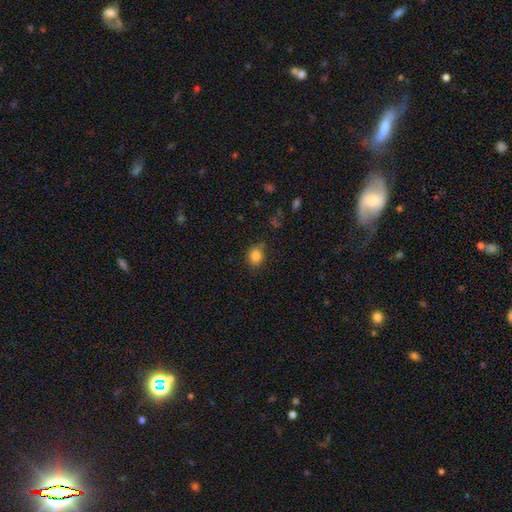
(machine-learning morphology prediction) type=smooth (84%); roundness=round (66%); merging=none (78%).